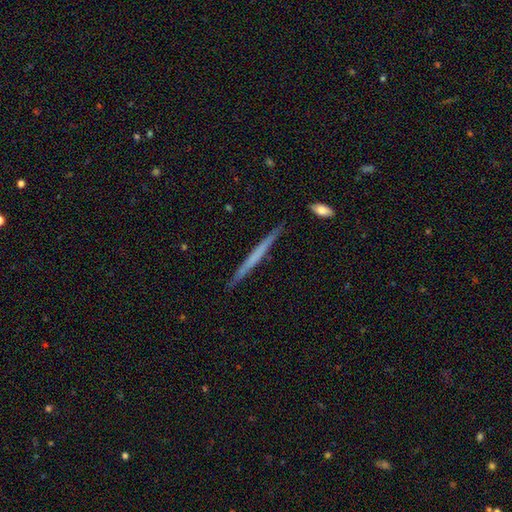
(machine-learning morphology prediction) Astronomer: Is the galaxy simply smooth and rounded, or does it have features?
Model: featured or disk — 52% (runner-up: smooth, 42%).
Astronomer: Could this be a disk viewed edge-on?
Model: yes — 97%.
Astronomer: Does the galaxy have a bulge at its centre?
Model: none — 90%.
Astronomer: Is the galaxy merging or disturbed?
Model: none — 90%.